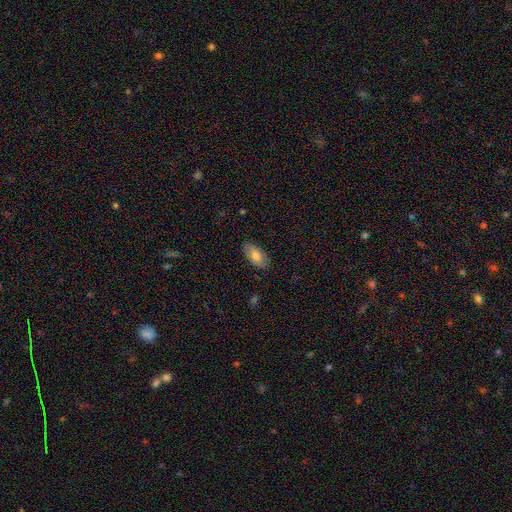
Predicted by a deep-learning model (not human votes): Morphology: type=smooth (75%); roundness=in between (93%); merging=none (86%).